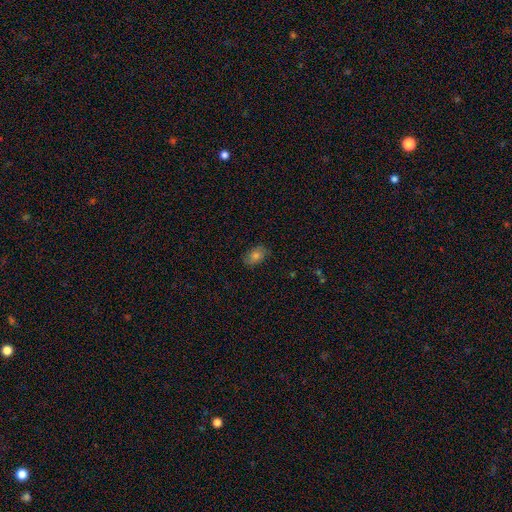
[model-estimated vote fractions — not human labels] Smooth or featured: smooth — 67% (featured or disk — 19%)
How rounded: in between — 83% (round — 15%)
Merging: none — 81% (minor disturbance — 15%)